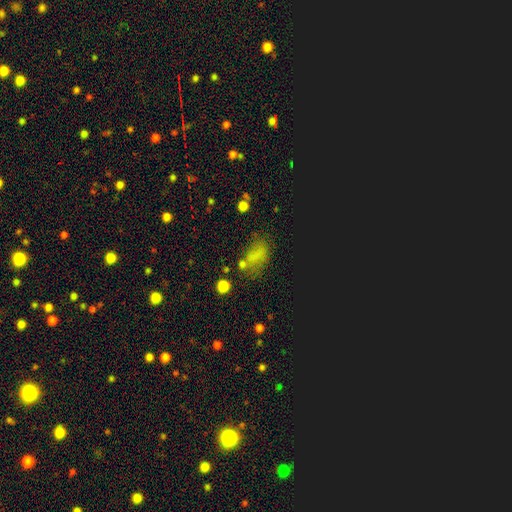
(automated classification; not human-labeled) Overall: smooth (60%; star or artifact 27%). How rounded: in between (81%). Merging: none (49%; minor disturbance 25%).